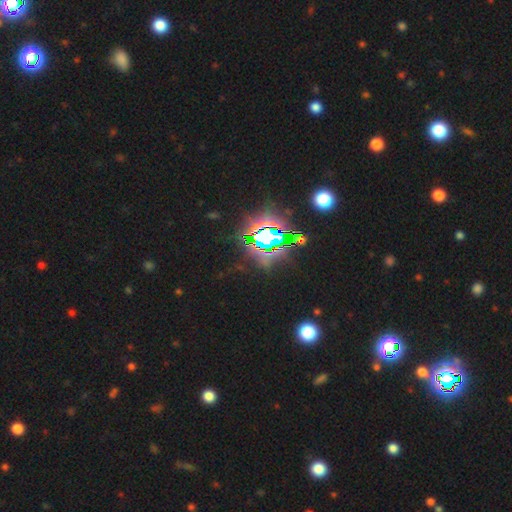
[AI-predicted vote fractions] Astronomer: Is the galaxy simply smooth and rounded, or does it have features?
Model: star or artifact — 86%.